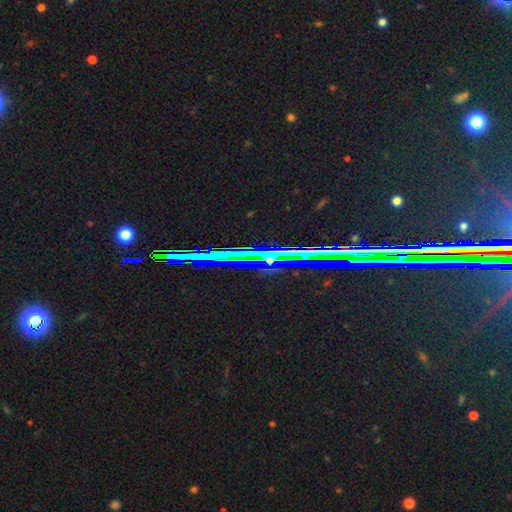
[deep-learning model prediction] smooth_or_featured: star or artifact (p=0.56) [alt: featured or disk p=0.31]